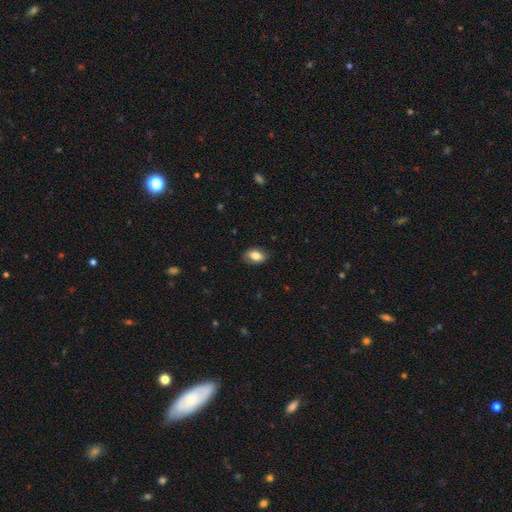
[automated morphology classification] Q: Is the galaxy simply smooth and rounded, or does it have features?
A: smooth — 80%.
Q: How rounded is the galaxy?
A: in between — 88%.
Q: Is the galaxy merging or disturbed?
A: none — 83%.